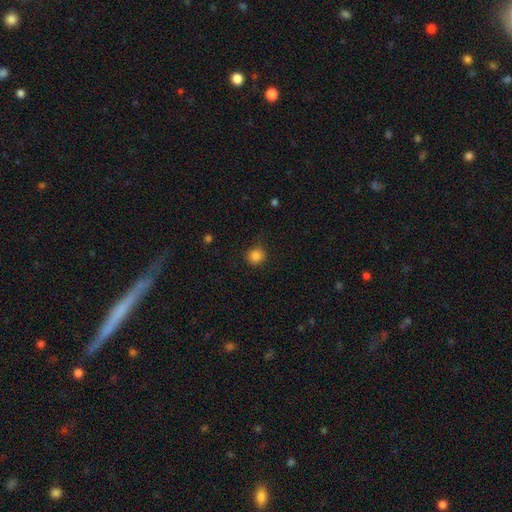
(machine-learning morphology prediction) smooth-or-featured: smooth: 85% | star or artifact: 12% | featured or disk: 4%
  how-rounded: round: 91% | in between: 8% | cigar-shaped: 1%
  merging: none: 86% | minor disturbance: 10% | major disturbance: 3% | merger: 1%